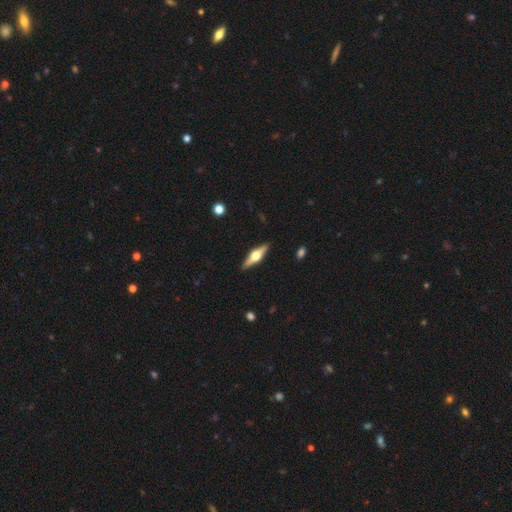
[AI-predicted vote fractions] This is likely a featured or disk galaxy (69%). It is clearly viewed edge-on (97%). Edge-on bulge: clearly rounded (95%). Merging: clearly none (90%).